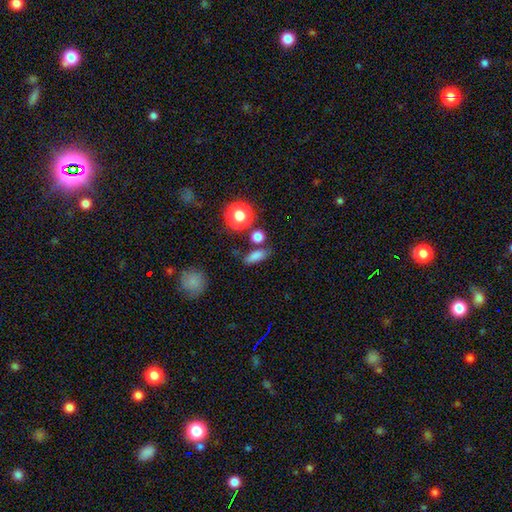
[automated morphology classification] Smooth or featured: smooth — 78% (star or artifact — 15%)
How rounded: in between — 58% (round — 21%)
Merging: none — 71% (minor disturbance — 14%)